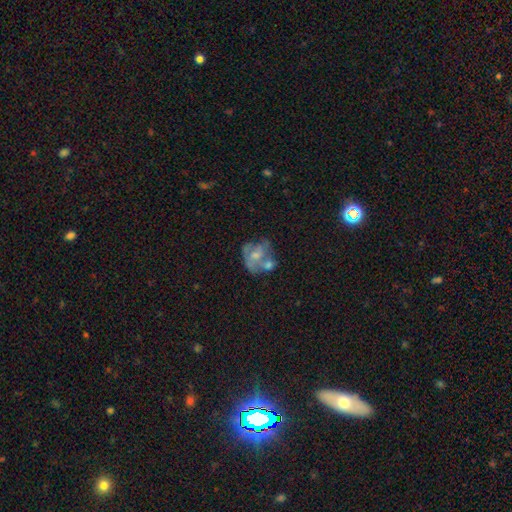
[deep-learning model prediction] Smooth or featured?
  - featured or disk: 53% *
  - smooth: 37%
  - star or artifact: 9%
Edge-on disk?
  - no: 98% *
  - yes: 2%
Bar?
  - no: 79% *
  - weak: 17%
  - strong: 3%
Spiral arms?
  - no: 66% *
  - yes: 34%
Bulge size?
  - moderate: 46% *
  - small: 33%
  - none: 14%
  - large: 5%
  - dominant: 2%
Merging?
  - merger: 40% *
  - none: 25%
  - major disturbance: 18%
  - minor disturbance: 16%